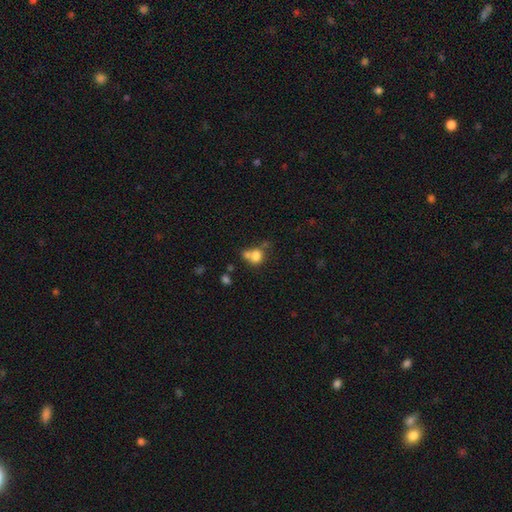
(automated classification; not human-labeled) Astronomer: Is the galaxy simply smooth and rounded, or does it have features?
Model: smooth — 76%.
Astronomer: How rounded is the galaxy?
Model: round — 70%.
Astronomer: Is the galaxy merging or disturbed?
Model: merger — 46% (runner-up: none, 37%).